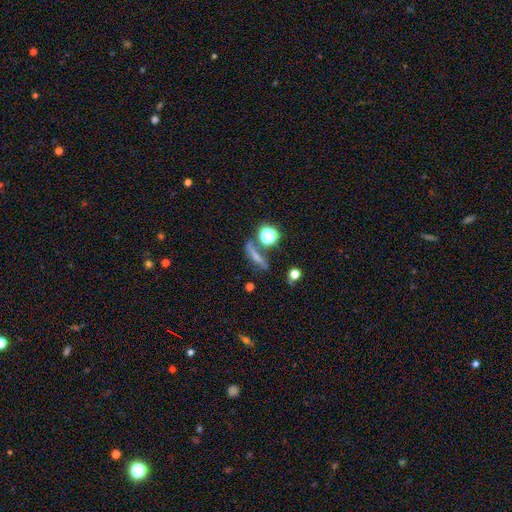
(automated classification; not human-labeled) A smooth galaxy with no disk features (56%) that is cigar-shaped (65%).

Vote fractions:
- Smooth or featured? smooth: 56% / featured or disk: 26% / star or artifact: 18%
- How rounded? cigar-shaped: 65% / in between: 18% / round: 17%
- Merging? none: 62% / minor disturbance: 16% / merger: 13% / major disturbance: 9%